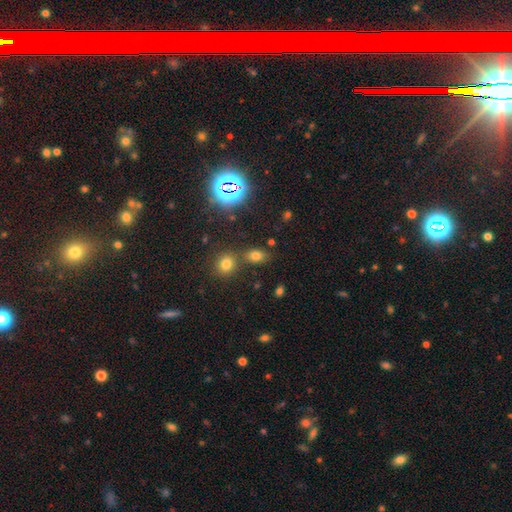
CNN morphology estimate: Smooth or featured?
  - smooth: 67% *
  - star or artifact: 24%
  - featured or disk: 9%
How rounded?
  - in between: 79% *
  - round: 18%
  - cigar-shaped: 3%
Merging?
  - none: 73% *
  - merger: 13%
  - minor disturbance: 11%
  - major disturbance: 4%